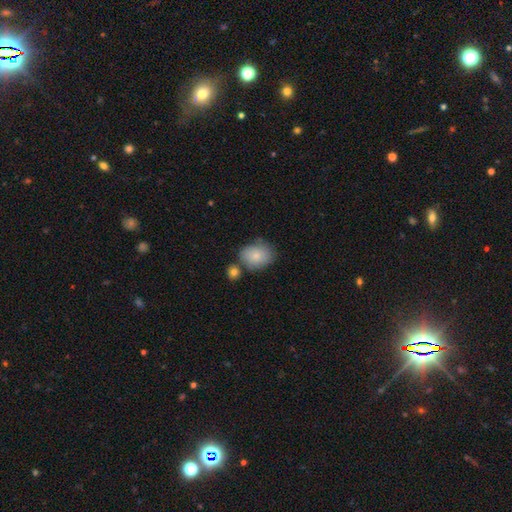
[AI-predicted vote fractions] Smooth or featured? Predicted: smooth (p=0.82). How rounded? Predicted: in between (p=0.55). Merging? Predicted: none (p=0.63).